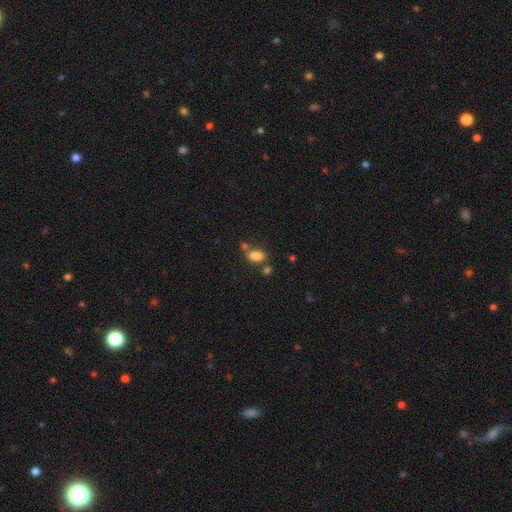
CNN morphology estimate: Smooth or featured?
  - smooth: 84% *
  - star or artifact: 10%
  - featured or disk: 6%
How rounded?
  - in between: 88% *
  - round: 8%
  - cigar-shaped: 4%
Merging?
  - none: 61% *
  - merger: 22%
  - minor disturbance: 13%
  - major disturbance: 5%